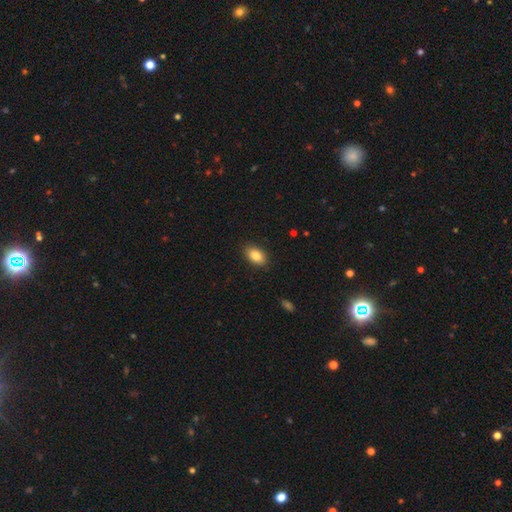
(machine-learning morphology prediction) Smooth or featured? smooth (85%)
How rounded? in between (90%)
Merging? none (89%)